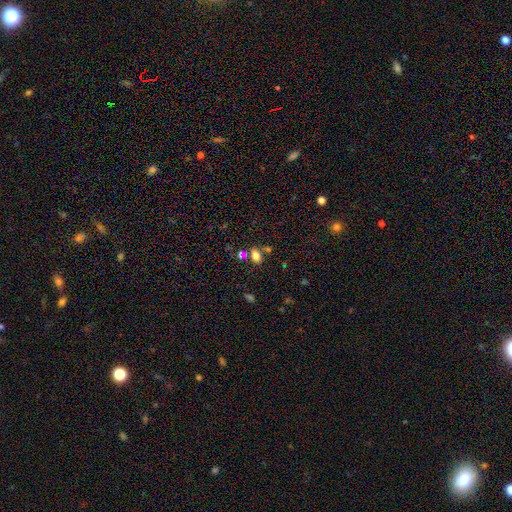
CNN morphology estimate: Smooth or featured?
  - smooth: 77% *
  - star or artifact: 14%
  - featured or disk: 10%
How rounded?
  - in between: 81% *
  - round: 16%
  - cigar-shaped: 3%
Merging?
  - none: 61% *
  - merger: 22%
  - minor disturbance: 12%
  - major disturbance: 5%